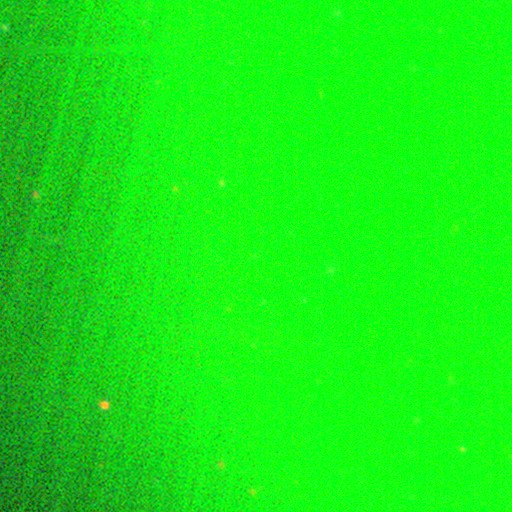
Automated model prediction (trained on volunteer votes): The model was most divided on "smooth or featured": star or artifact: 78%, smooth: 13%, featured or disk: 9%.